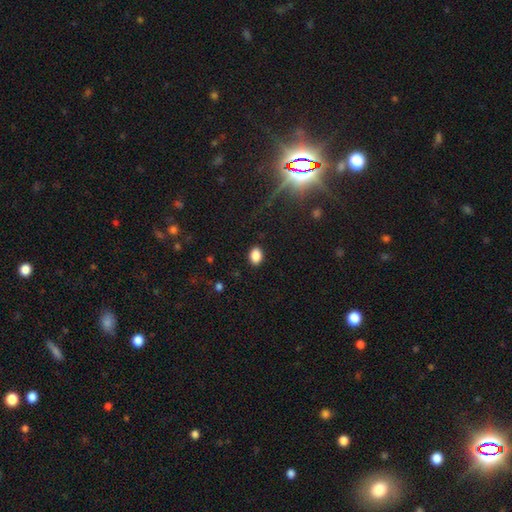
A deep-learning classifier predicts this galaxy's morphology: The model was most divided on "how rounded": in between: 76%, round: 23%, cigar-shaped: 1%. More confident: merging — none (89%); smooth or featured — smooth (86%).